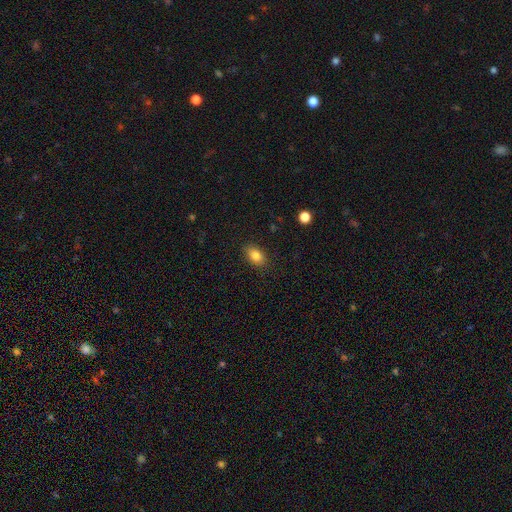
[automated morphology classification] The model was most divided on "how rounded": in between: 84%, round: 14%, cigar-shaped: 2%. More confident: merging — none (86%); smooth or featured — smooth (83%).